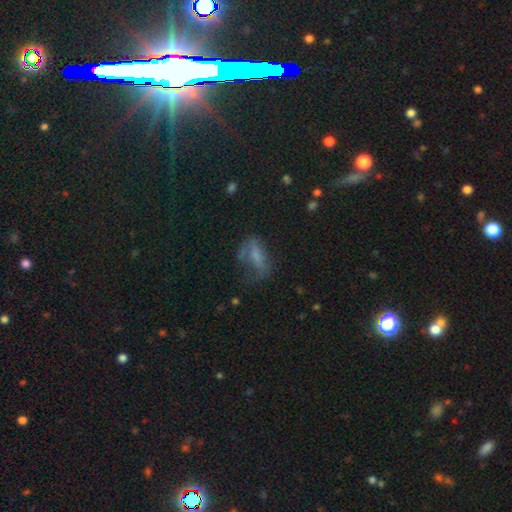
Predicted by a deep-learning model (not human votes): smooth-or-featured: smooth: 56% | featured or disk: 29% | star or artifact: 14%
  how-rounded: in between: 71% | cigar-shaped: 23% | round: 6%
  merging: major disturbance: 35% (tied) | none: 35% (tied) | minor disturbance: 25% | merger: 4%